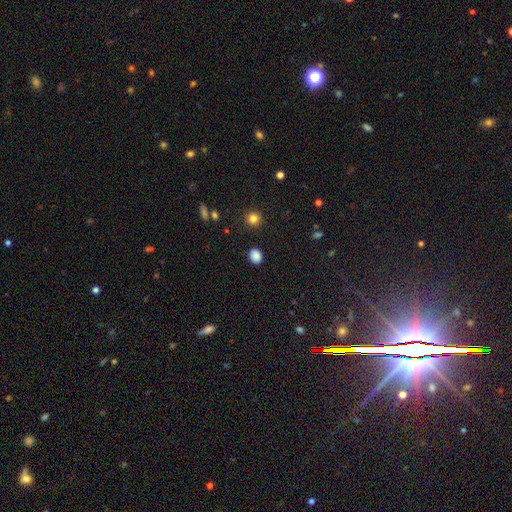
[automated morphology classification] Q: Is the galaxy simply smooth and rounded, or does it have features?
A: smooth — 85%.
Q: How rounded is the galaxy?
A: round — 57%.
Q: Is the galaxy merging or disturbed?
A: none — 88%.